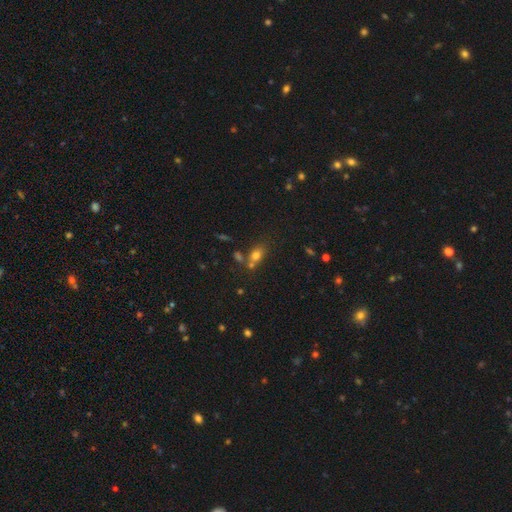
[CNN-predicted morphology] Q: Smooth or featured?
A: smooth (72%); runner-up: star or artifact (15%)
Q: How rounded?
A: in between (70%); runner-up: round (25%)
Q: Merging?
A: none (50%); runner-up: merger (30%)